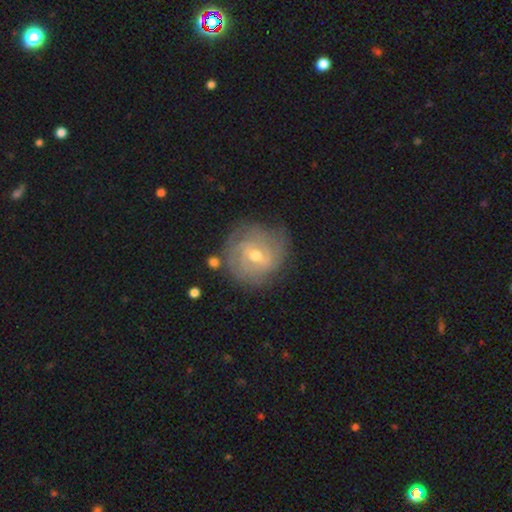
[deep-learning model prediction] Smooth or featured?
  - featured or disk: 79% *
  - smooth: 15%
  - star or artifact: 7%
Edge-on disk?
  - no: 97% *
  - yes: 3%
Bar?
  - weak: 54% *
  - no: 32%
  - strong: 14%
Spiral arms?
  - yes: 90% *
  - no: 10%
Spiral winding?
  - tight: 71% *
  - medium: 23%
  - loose: 7%
Spiral arm count?
  - can't tell: 42% *
  - 2: 19%
  - 3: 19%
  - 4: 10%
  - more than 4: 5%
  - 1: 5%
Bulge size?
  - moderate: 62% *
  - small: 35%
  - large: 2%
  - none: 1%
  - dominant: 1%
Merging?
  - none: 74% *
  - minor disturbance: 17%
  - major disturbance: 7%
  - merger: 3%